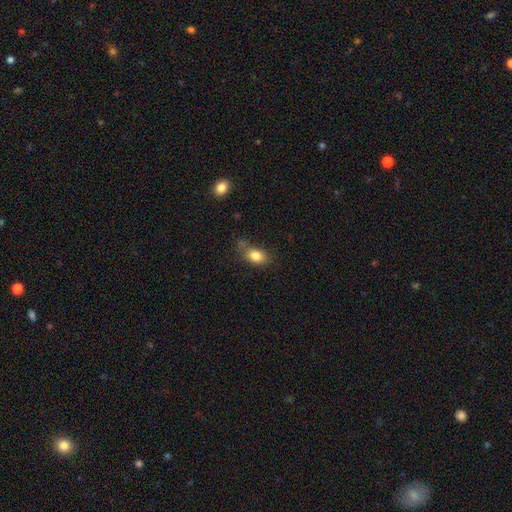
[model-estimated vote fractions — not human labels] A smooth galaxy with no disk features (82%) that is in between round and cigar-shaped (79%). Merging: none (56%).